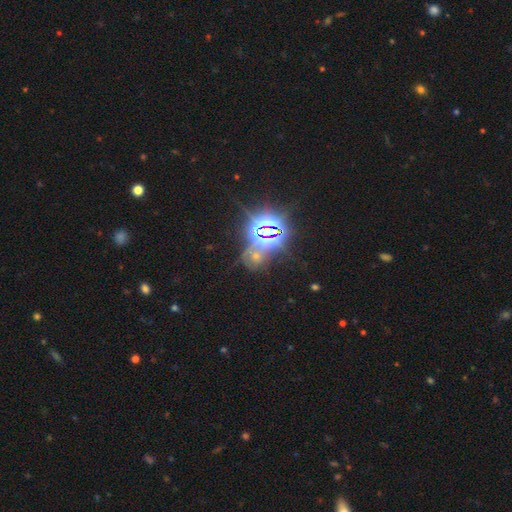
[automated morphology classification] The model was most divided on "smooth or featured": star or artifact: 79%, smooth: 12%, featured or disk: 9%.